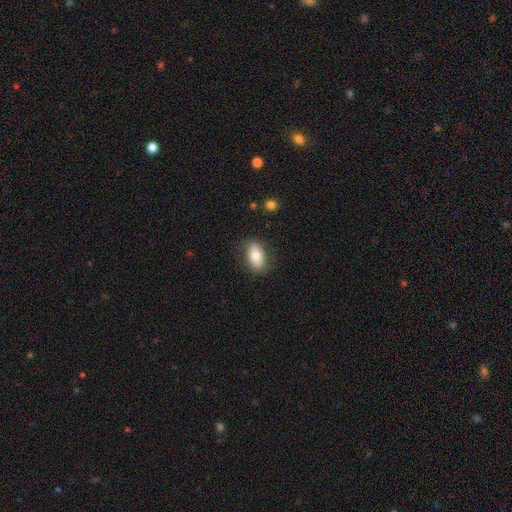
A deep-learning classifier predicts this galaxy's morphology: Smooth or featured? Predicted: smooth (p=0.79). How rounded? Predicted: in between (p=0.89). Merging? Predicted: none (p=0.83).